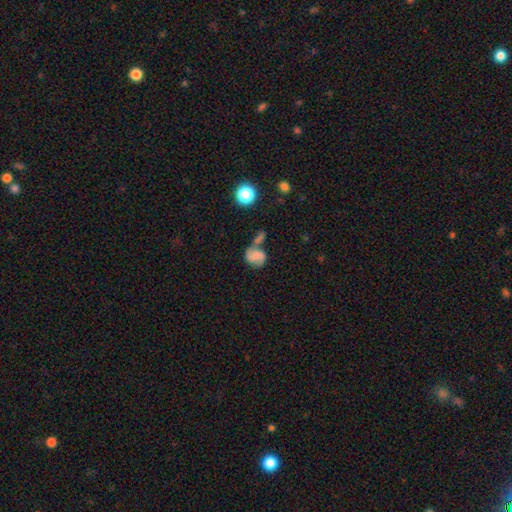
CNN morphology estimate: Smooth or featured? smooth (55%)
How rounded? round (53%)
Merging? merger (39%)